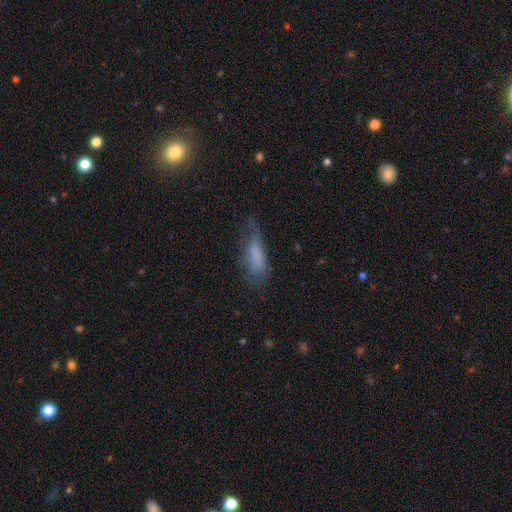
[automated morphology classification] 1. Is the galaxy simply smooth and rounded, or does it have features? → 69% smooth, 21% featured or disk, 11% star or artifact.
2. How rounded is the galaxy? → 55% cigar-shaped, 43% in between, 2% round.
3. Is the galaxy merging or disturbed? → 41% none, 32% minor disturbance, 23% major disturbance, 3% merger.